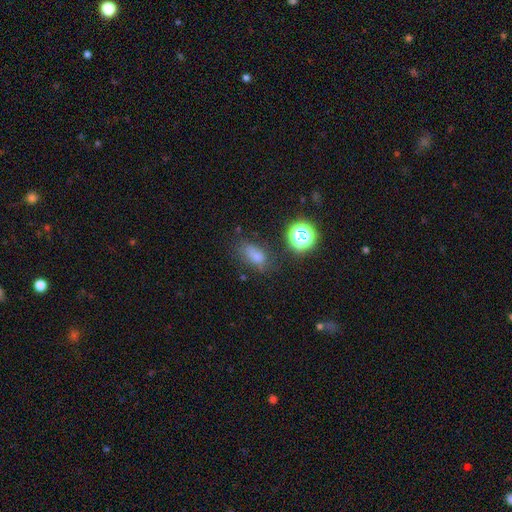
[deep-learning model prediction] smooth_or_featured: smooth (p=0.69) [alt: star or artifact p=0.21]
how_rounded: in between (p=0.77) [alt: round p=0.14]
merging: none (p=0.68) [alt: minor disturbance p=0.20]